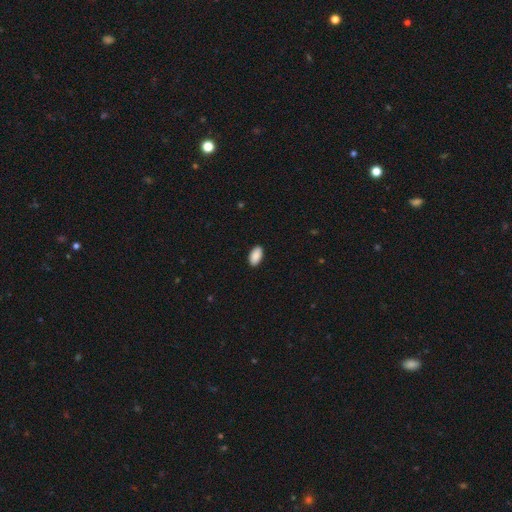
This appears to be a smooth galaxy with no disk features (95%) that is in between round and cigar-shaped (94%). Merging: none (86%).